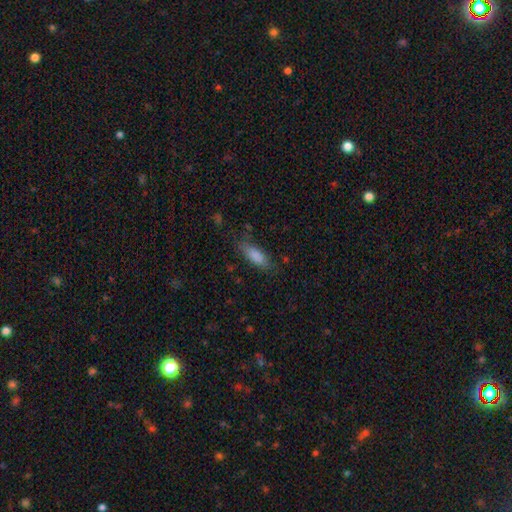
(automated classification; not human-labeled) smooth-or-featured: smooth: 85% | featured or disk: 8% | star or artifact: 7%
  how-rounded: in between: 68% | cigar-shaped: 30% | round: 2%
  merging: none: 72% | minor disturbance: 20% | major disturbance: 6% | merger: 2%